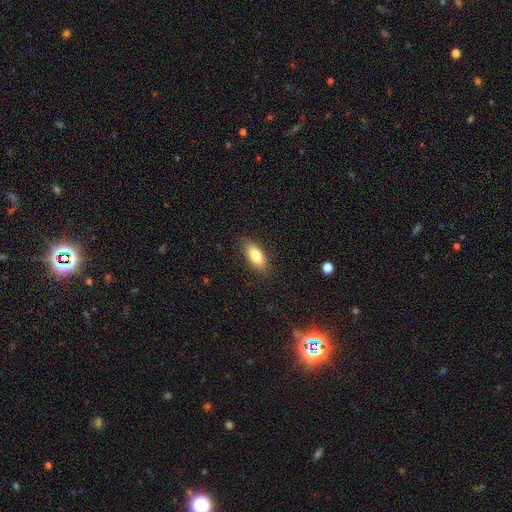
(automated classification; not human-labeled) This is likely a smooth galaxy (79%). How rounded: clearly in between (81%). Merging: clearly none (84%).